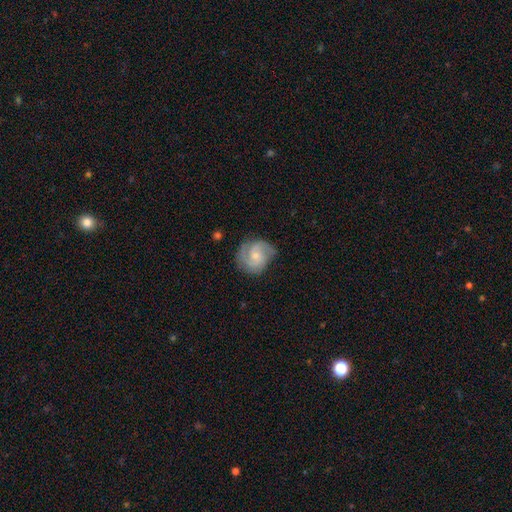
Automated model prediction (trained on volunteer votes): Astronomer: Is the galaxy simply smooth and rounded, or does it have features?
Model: featured or disk — 77%.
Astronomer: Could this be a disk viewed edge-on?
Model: no — 98%.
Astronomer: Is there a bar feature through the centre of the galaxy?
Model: no — 59% (runner-up: weak, 36%).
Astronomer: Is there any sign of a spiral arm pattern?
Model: yes — 95%.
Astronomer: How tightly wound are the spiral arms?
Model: medium — 47% (runner-up: tight, 39%).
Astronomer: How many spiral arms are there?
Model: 2 — 68%.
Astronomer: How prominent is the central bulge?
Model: small — 58% (runner-up: moderate, 34%).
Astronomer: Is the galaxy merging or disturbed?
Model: none — 71%.